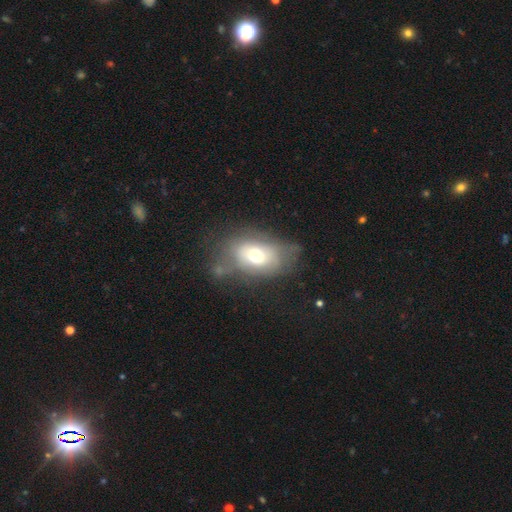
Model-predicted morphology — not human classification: Smooth or featured: smooth — 61% (featured or disk — 29%)
How rounded: in between — 79% (round — 19%)
Merging: none — 41% (minor disturbance — 30%)